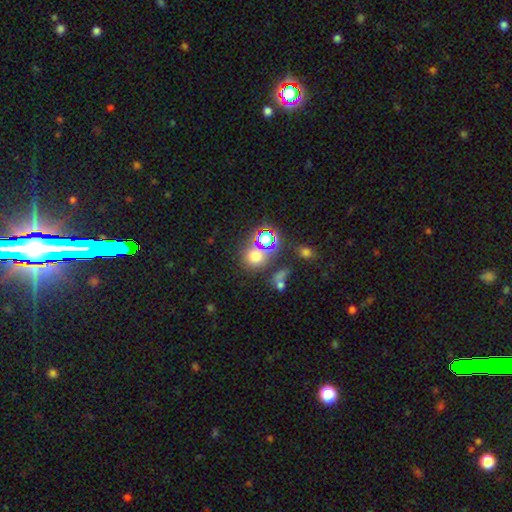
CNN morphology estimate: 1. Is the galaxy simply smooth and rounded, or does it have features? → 60% smooth, 32% star or artifact, 9% featured or disk.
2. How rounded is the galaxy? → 83% round, 16% in between, 1% cigar-shaped.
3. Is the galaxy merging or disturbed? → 64% none, 21% merger, 10% minor disturbance, 5% major disturbance.